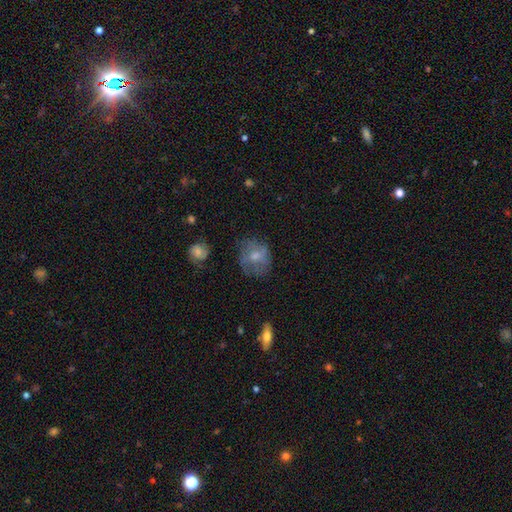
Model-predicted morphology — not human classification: A smooth galaxy with no disk features (61%) that is round (70%). Merging: none (60%).